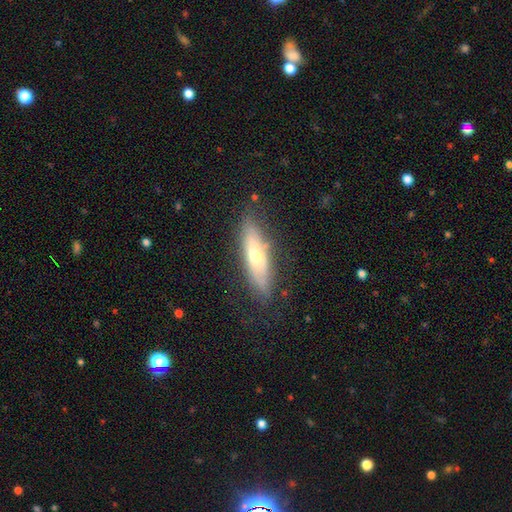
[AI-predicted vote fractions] The model was most divided on "smooth or featured": smooth: 49%, featured or disk: 44%, star or artifact: 7%. More confident: merging — none (78%).